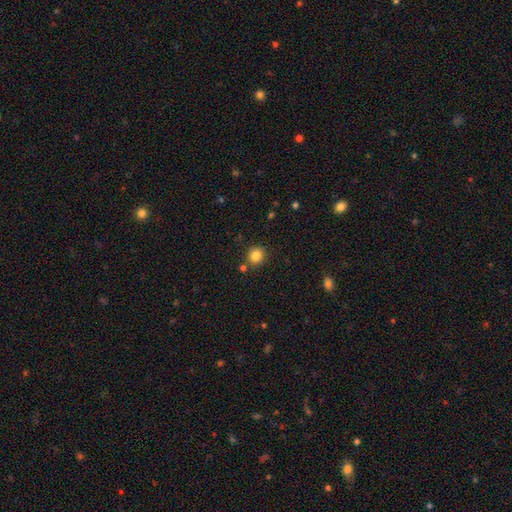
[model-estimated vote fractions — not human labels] Smooth or featured? smooth (84%)
How rounded? round (88%)
Merging? none (84%)